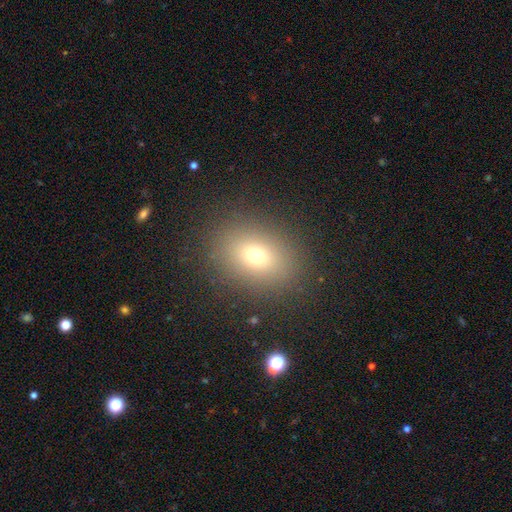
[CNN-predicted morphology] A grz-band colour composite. It shows a smooth galaxy with no disk features (69%) that is in between round and cigar-shaped (60%). Merging: none (87%).